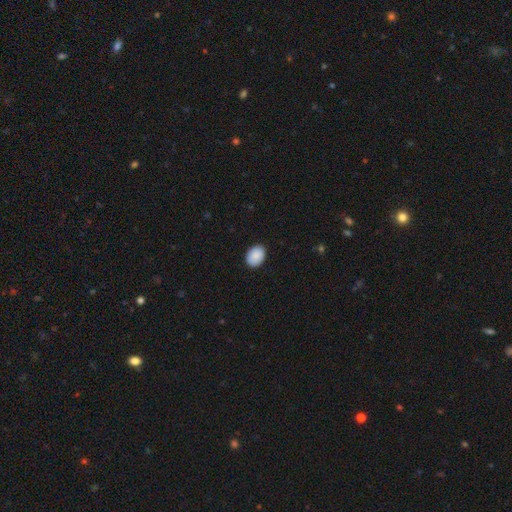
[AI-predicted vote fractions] A smooth galaxy with no disk features (90%) that is in between round and cigar-shaped (75%). Merging: none (88%).